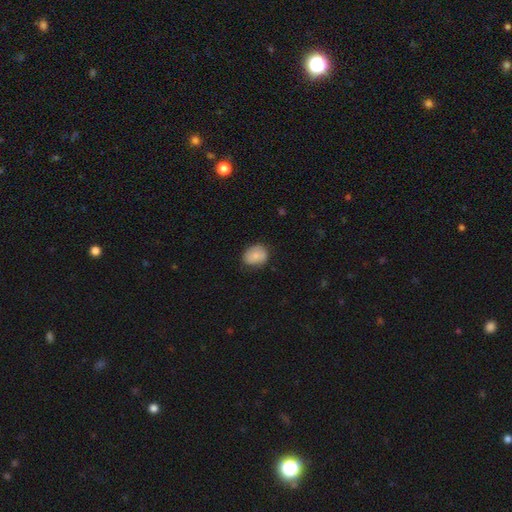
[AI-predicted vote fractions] smooth-or-featured: smooth: 77% | featured or disk: 16% | star or artifact: 7%
  how-rounded: in between: 52% | round: 47% | cigar-shaped: 1%
  merging: none: 71% | minor disturbance: 23% | major disturbance: 4% | merger: 1%